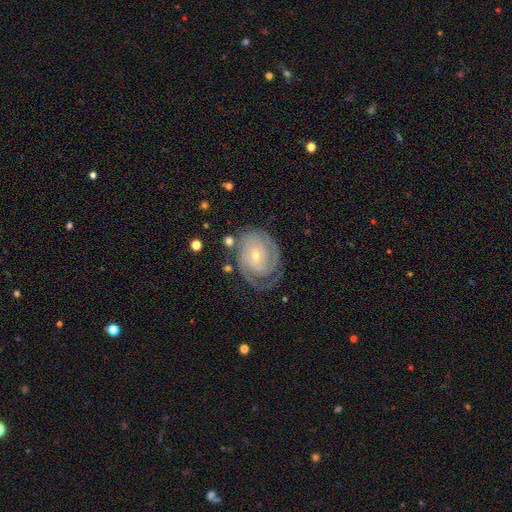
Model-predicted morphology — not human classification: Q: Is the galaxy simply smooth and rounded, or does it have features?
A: featured or disk — 85%.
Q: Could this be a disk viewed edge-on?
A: no — 97%.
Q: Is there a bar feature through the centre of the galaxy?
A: no — 64%.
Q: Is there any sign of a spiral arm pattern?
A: yes — 95%.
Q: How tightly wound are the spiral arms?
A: tight — 75%.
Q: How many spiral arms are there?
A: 2 — 38%.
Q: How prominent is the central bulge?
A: small — 71%.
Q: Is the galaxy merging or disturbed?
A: none — 66%.